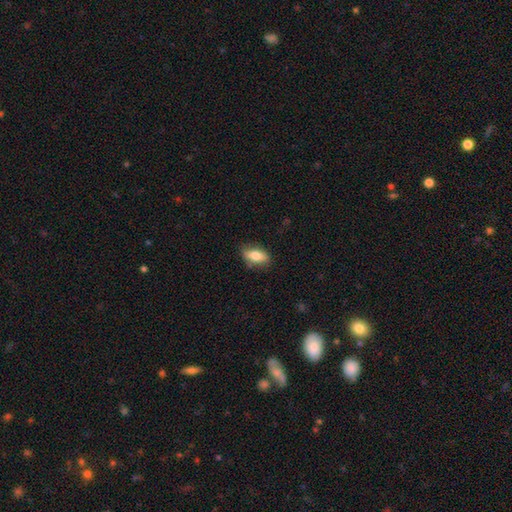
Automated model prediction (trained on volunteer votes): A smooth galaxy with no disk features (73%) that is in between round and cigar-shaped (83%). Merging: none (80%).